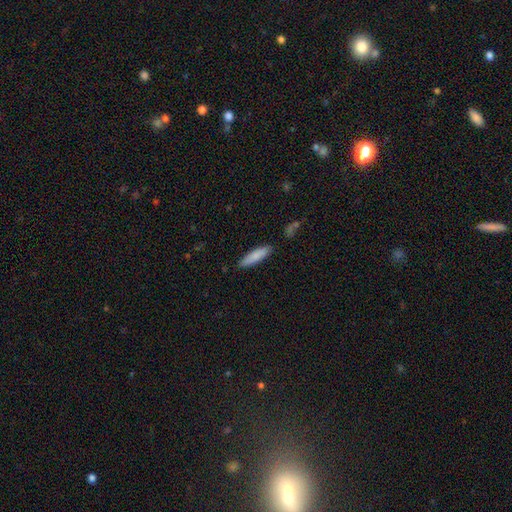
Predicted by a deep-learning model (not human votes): Morphology: type=smooth (83%); roundness=cigar-shaped (73%); merging=none (87%).